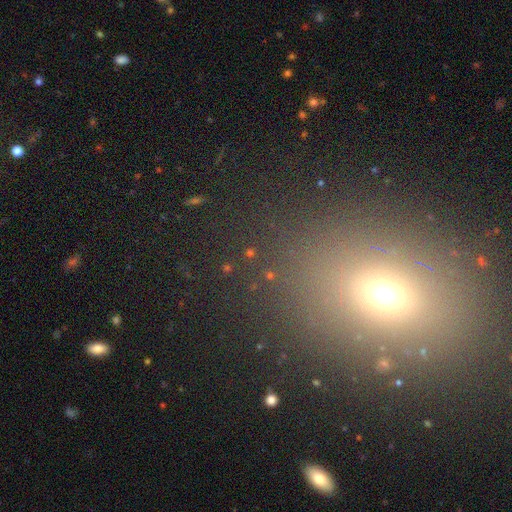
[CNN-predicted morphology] Smooth or featured?
  - smooth: 55% *
  - star or artifact: 33%
  - featured or disk: 11%
How rounded?
  - in between: 50% *
  - round: 47%
  - cigar-shaped: 2%
Merging?
  - none: 84% *
  - minor disturbance: 8%
  - major disturbance: 4%
  - merger: 3%